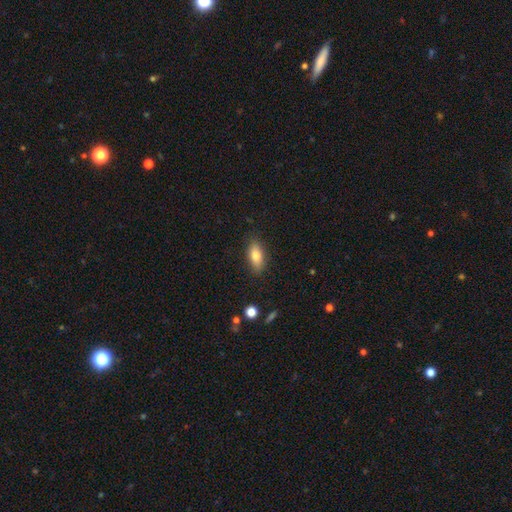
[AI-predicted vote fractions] A smooth galaxy with no disk features (77%) that is in between round and cigar-shaped (82%). Merging: none (85%).